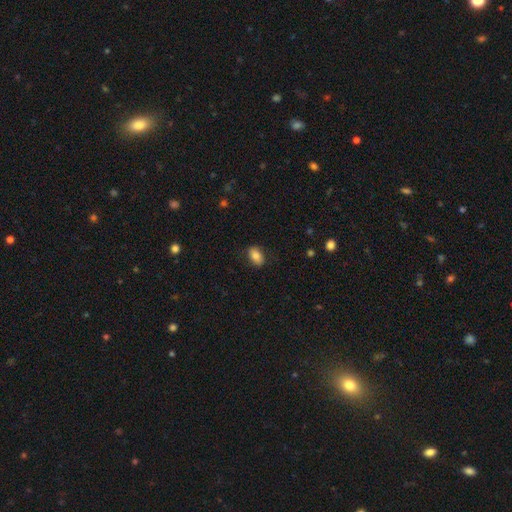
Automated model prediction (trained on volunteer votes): Overall: smooth (82%). How rounded: in between (88%). Merging: none (83%).